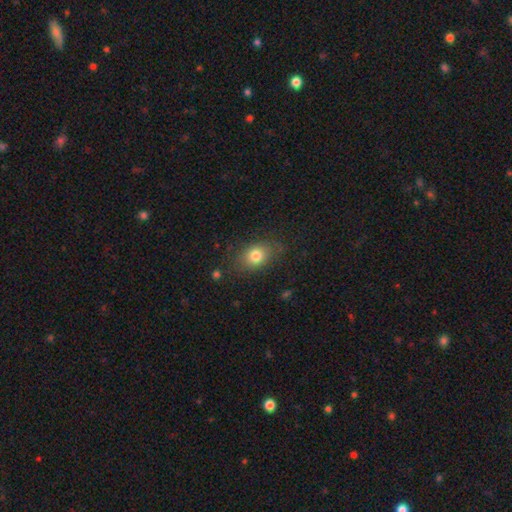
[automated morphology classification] type=smooth (80%); roundness=in between (68%); merging=none (78%).